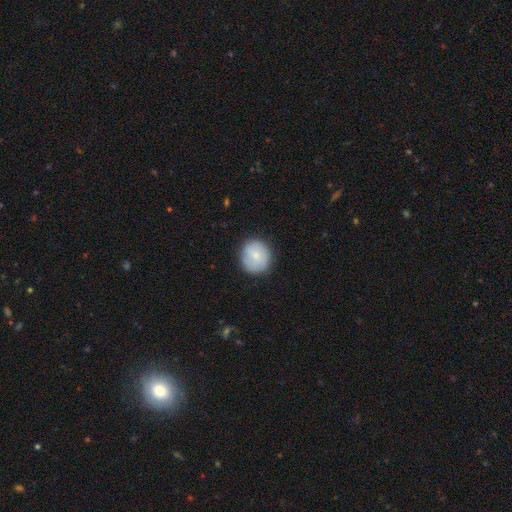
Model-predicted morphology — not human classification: type=smooth (76%); roundness=round (88%); merging=none (84%).